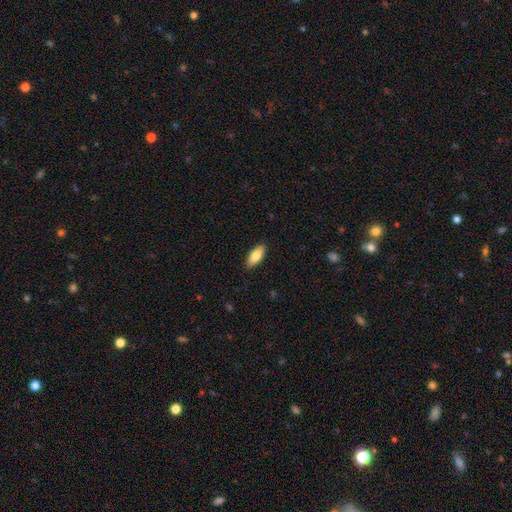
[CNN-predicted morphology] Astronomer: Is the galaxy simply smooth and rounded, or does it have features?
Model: smooth — 80%.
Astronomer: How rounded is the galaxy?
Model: in between — 80%.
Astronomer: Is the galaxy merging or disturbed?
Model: none — 88%.